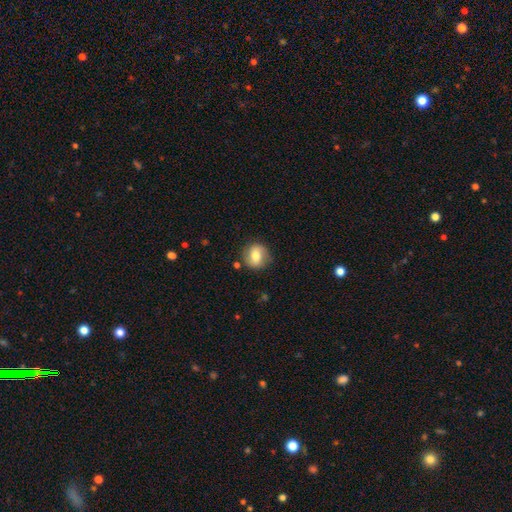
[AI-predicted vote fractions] smooth-or-featured: smooth: 64% | featured or disk: 28% | star or artifact: 8%
  how-rounded: round: 80% | in between: 19% | cigar-shaped: 1%
  merging: none: 79% | minor disturbance: 14% | major disturbance: 4% | merger: 2%